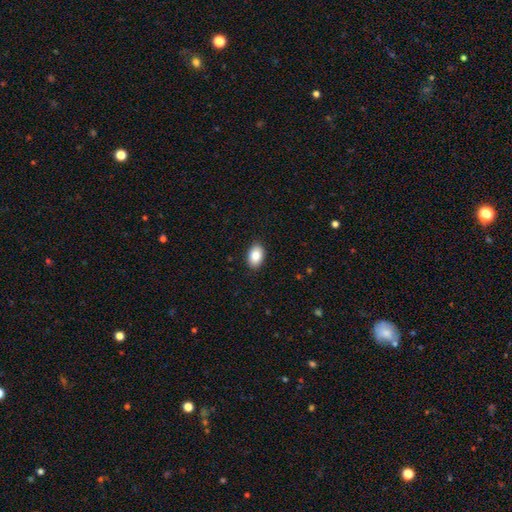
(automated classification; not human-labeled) smooth 86%, star or artifact 7%, featured or disk 7%. Down the decision tree: how rounded — in between (88%); merging — none (89%).